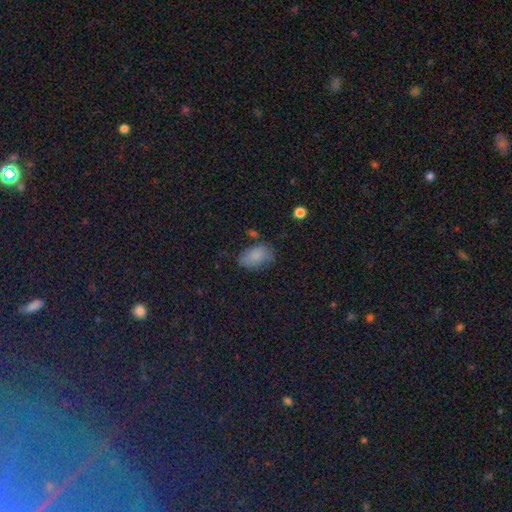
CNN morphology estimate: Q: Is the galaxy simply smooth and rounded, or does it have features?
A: smooth — 83%.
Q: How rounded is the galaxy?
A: in between — 90%.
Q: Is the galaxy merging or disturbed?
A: none — 61%.